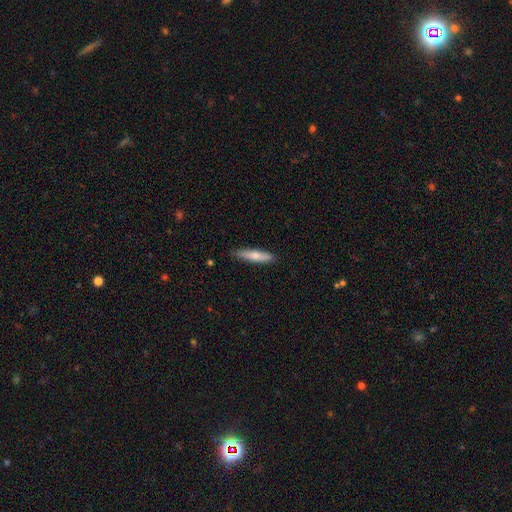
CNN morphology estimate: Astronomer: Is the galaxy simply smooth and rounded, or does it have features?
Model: smooth — 69%.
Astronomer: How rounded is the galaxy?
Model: cigar-shaped — 82%.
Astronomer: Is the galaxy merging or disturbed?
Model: none — 85%.